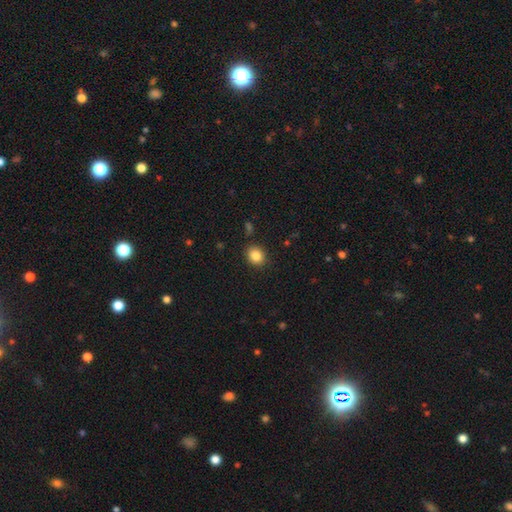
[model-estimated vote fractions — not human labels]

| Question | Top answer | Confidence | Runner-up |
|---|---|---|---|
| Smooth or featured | smooth | 85% | star or artifact (10%) |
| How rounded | round | 61% | in between (38%) |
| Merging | none | 88% | minor disturbance (8%) |